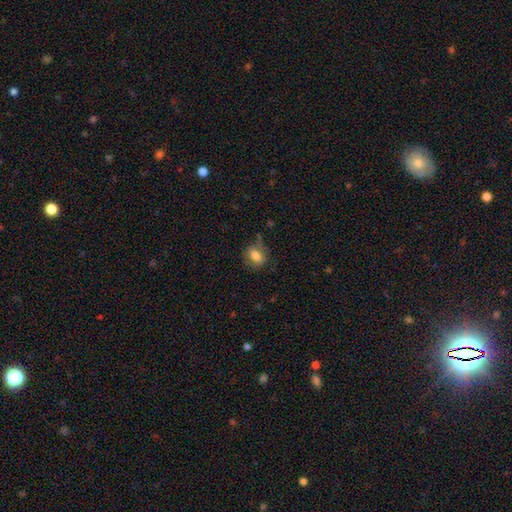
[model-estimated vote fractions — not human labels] Morphology: type=smooth (79%); roundness=in between (66%); merging=none (66%).